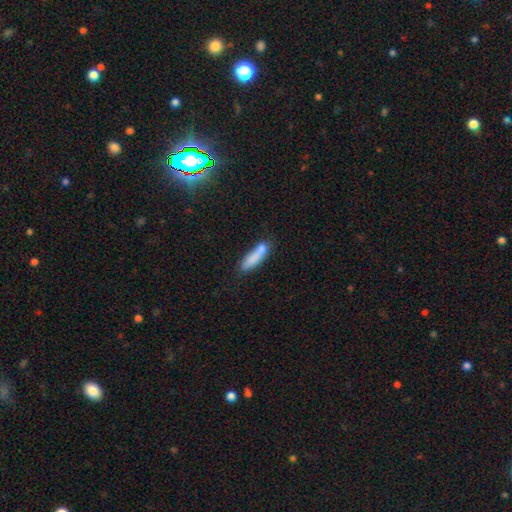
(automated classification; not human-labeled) Smooth or featured: smooth — 79% (featured or disk — 13%)
How rounded: cigar-shaped — 72% (in between — 26%)
Merging: none — 58% (minor disturbance — 20%)